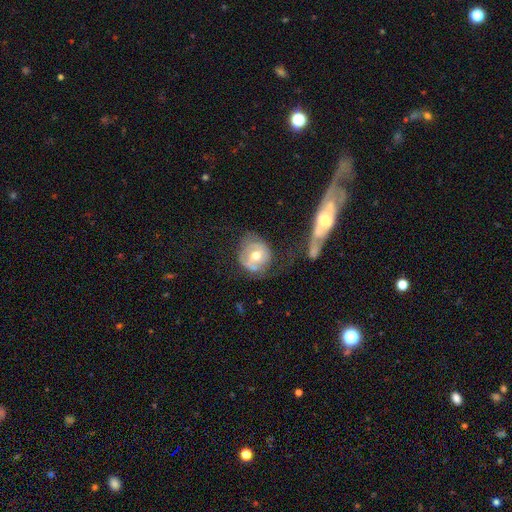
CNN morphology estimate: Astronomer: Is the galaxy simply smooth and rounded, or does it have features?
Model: featured or disk — 53% (runner-up: smooth, 40%).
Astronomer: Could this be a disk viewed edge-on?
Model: no — 95%.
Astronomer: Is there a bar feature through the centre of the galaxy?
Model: no — 64%.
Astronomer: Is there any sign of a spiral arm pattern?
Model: yes — 53% (runner-up: no, 47%).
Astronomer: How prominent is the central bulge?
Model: moderate — 75%.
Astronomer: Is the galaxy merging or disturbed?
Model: none — 42% (runner-up: minor disturbance, 23%).